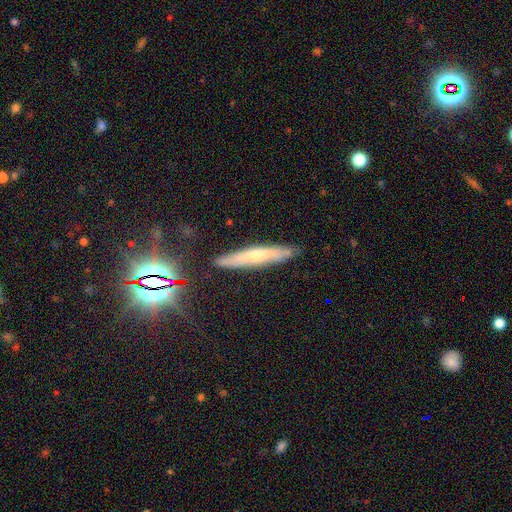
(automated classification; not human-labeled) smooth_or_featured: smooth (p=0.49) [alt: featured or disk p=0.41]
merging: none (p=0.84) [alt: minor disturbance p=0.12]